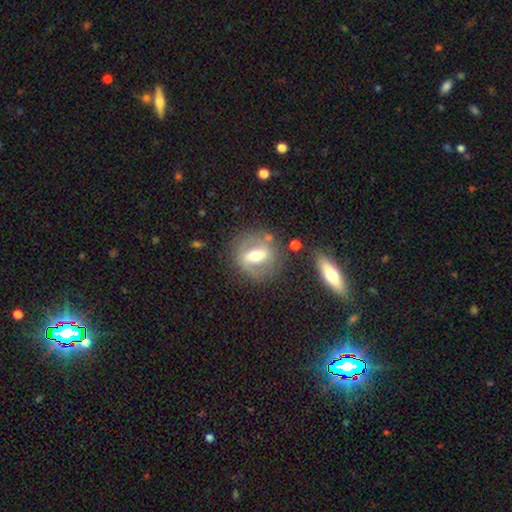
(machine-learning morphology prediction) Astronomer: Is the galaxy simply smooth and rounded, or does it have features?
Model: featured or disk — 60%.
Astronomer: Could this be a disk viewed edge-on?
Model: no — 80%.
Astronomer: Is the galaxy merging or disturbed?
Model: none — 72%.